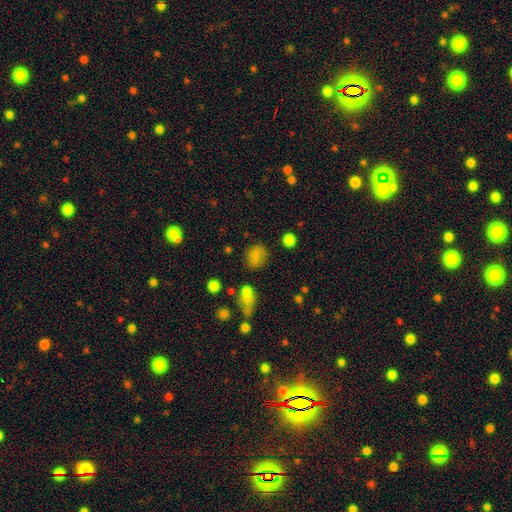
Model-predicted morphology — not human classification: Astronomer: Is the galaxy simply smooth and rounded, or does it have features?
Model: smooth — 76%.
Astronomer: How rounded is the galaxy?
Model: round — 55% (runner-up: in between, 43%).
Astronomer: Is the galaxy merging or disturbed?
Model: none — 70%.